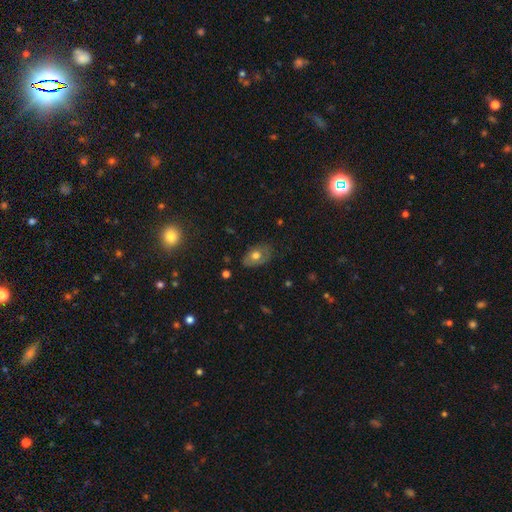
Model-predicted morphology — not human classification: Overall: smooth (61%; featured or disk 29%). How rounded: in between (85%). Merging: none (71%).